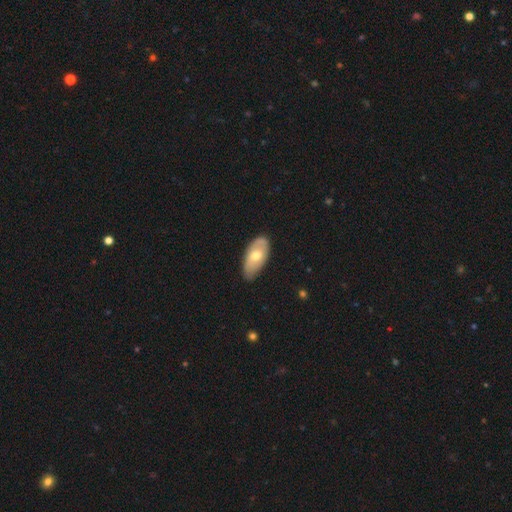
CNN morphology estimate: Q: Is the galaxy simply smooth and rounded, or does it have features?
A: smooth — 56%.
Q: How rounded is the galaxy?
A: in between — 91%.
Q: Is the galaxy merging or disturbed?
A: none — 69%.